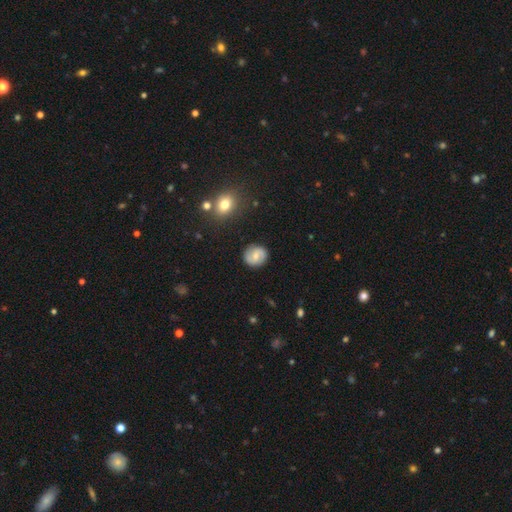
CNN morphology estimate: A featured or disk galaxy (51%). Merging: none (86%).